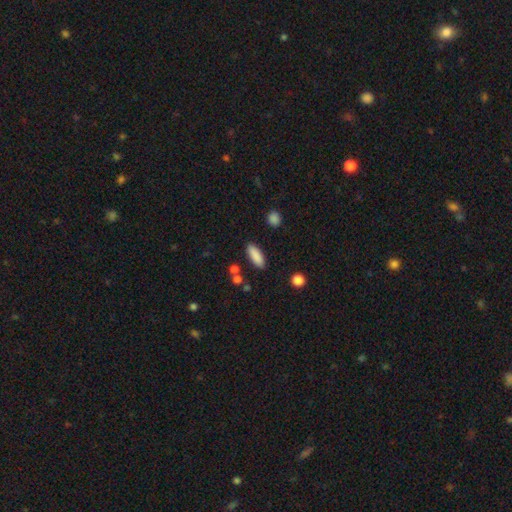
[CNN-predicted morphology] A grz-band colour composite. It shows a smooth galaxy with no disk features (87%) that is in between round and cigar-shaped (66%). Merging: none (85%).